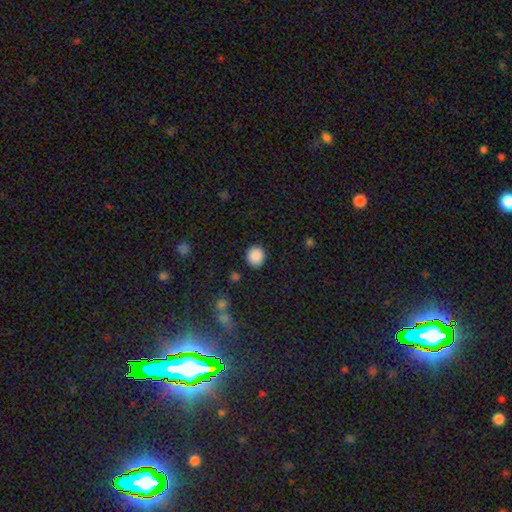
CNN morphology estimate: Smooth or featured?
  - smooth: 88% *
  - star or artifact: 9%
  - featured or disk: 3%
How rounded?
  - round: 83% *
  - in between: 16%
  - cigar-shaped: 1%
Merging?
  - none: 88% *
  - minor disturbance: 8%
  - major disturbance: 3%
  - merger: 2%